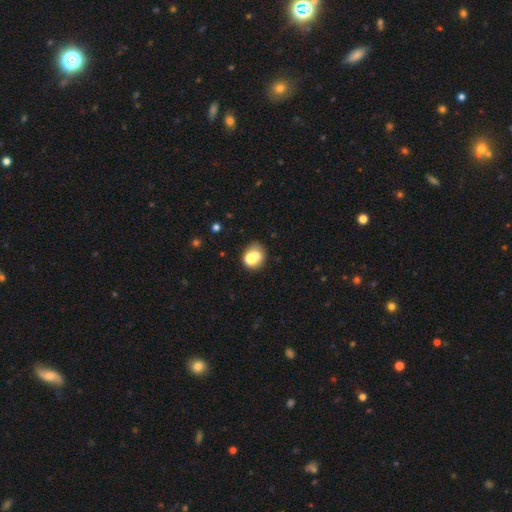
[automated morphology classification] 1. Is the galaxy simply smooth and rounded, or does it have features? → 67% smooth, 20% featured or disk, 13% star or artifact.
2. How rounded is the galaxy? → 62% round, 37% in between, 1% cigar-shaped.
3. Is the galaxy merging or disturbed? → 44% none, 31% merger, 15% minor disturbance, 9% major disturbance.